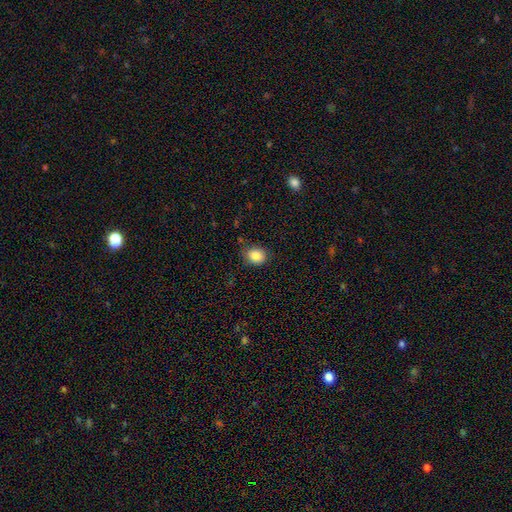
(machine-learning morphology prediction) Smooth or featured? smooth (86%)
How rounded? round (55%)
Merging? none (79%)